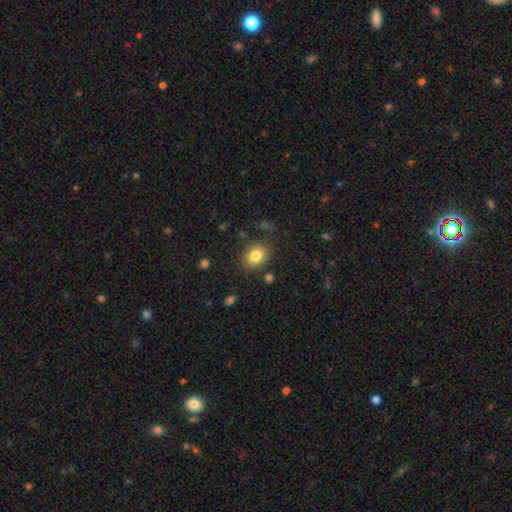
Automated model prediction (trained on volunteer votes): Q: Smooth or featured?
A: smooth (82%); runner-up: star or artifact (10%)
Q: How rounded?
A: round (50%); runner-up: in between (49%)
Q: Merging?
A: none (83%); runner-up: minor disturbance (11%)